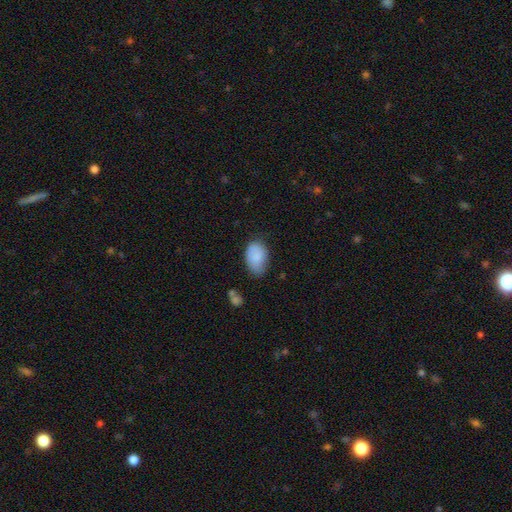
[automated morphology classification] Smooth or featured: smooth — 85% (featured or disk — 8%)
How rounded: in between — 91% (round — 8%)
Merging: none — 60% (minor disturbance — 31%)